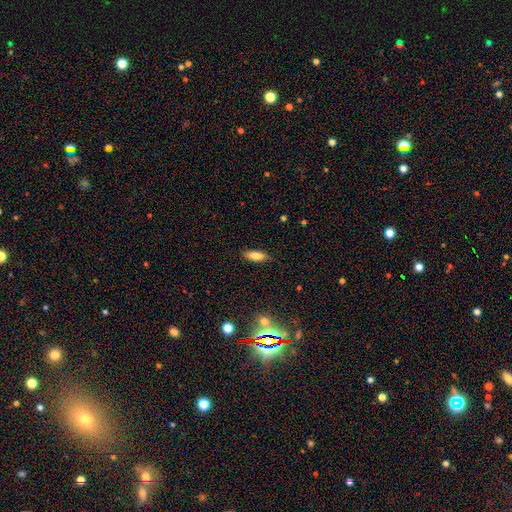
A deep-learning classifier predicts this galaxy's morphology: Smooth or featured?
  - smooth: 77% *
  - featured or disk: 15%
  - star or artifact: 8%
How rounded?
  - in between: 67% *
  - cigar-shaped: 31%
  - round: 2%
Merging?
  - none: 85% *
  - minor disturbance: 12%
  - major disturbance: 2%
  - merger: 1%